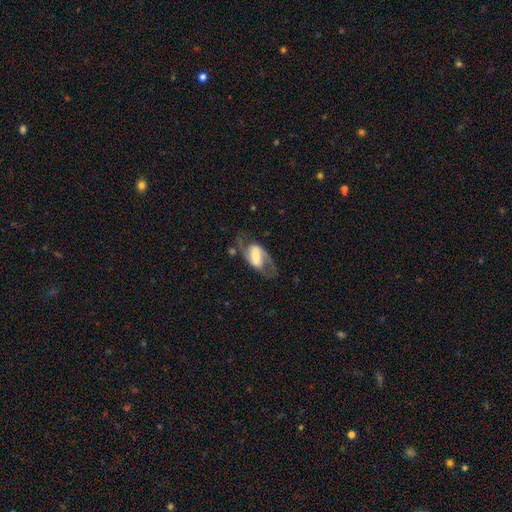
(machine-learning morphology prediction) The model was most divided on "bulge size": large: 31%, moderate: 24%, small: 21%, none: 16%, dominant: 7%. Remaining: edge-on disk — no (95%); spiral arm count — 2 (86%); spiral arms — yes (86%); smooth or featured — featured or disk (74%); merging — none (58%); bar — strong (50%); spiral winding — medium (49%).